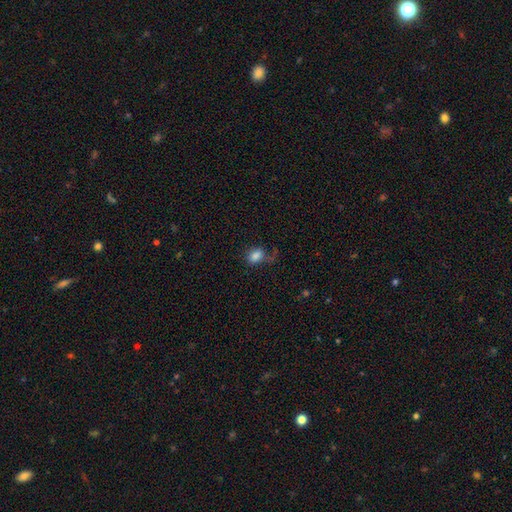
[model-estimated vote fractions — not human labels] Smooth or featured: smooth — 83% (star or artifact — 10%)
How rounded: in between — 74% (round — 24%)
Merging: none — 56% (minor disturbance — 24%)